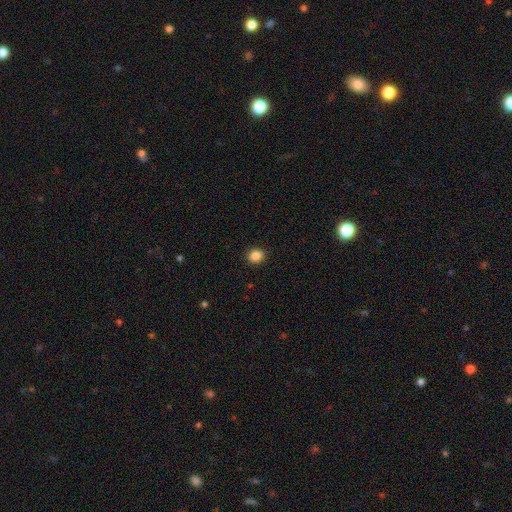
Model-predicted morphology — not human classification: Smooth or featured? Predicted: smooth (p=0.87). How rounded? Predicted: round (p=0.66). Merging? Predicted: none (p=0.91).